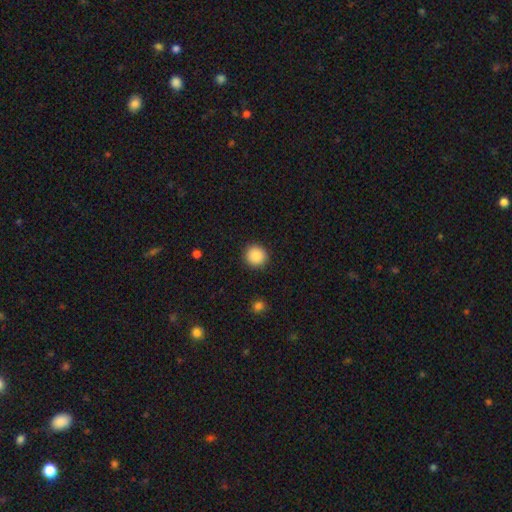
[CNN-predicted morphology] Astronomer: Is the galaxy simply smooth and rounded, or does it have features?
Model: smooth — 89%.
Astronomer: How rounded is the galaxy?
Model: round — 94%.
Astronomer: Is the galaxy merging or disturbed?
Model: none — 92%.